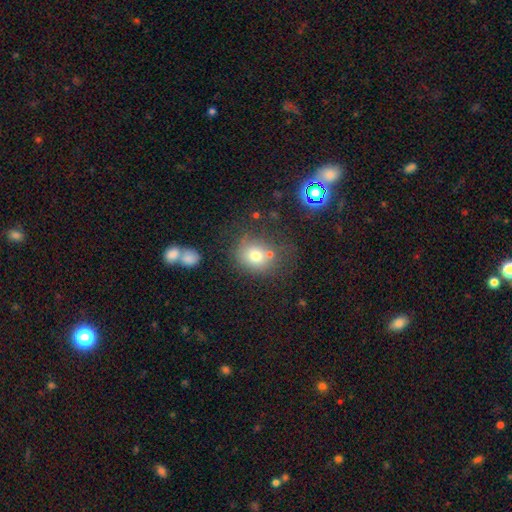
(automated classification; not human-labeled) Morphology: type=smooth (73%); roundness=round (71%); merging=none (57%).